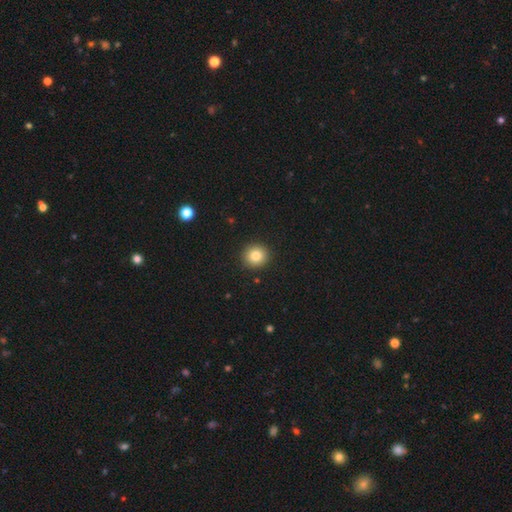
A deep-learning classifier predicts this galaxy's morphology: A smooth galaxy with no disk features (83%) that is round (91%). Merging: none (92%).